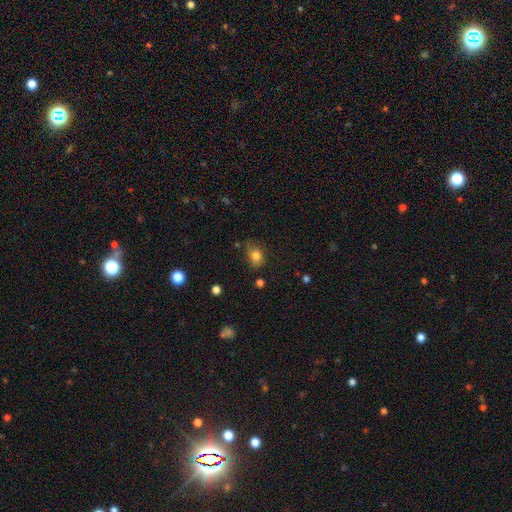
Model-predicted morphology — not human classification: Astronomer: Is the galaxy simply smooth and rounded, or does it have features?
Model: smooth — 81%.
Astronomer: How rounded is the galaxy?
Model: in between — 59% (runner-up: round, 39%).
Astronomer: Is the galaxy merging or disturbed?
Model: none — 67%.